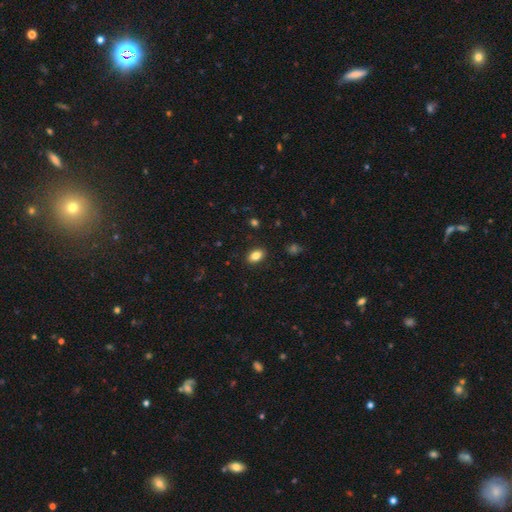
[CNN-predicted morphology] The model was most divided on "how rounded": in between: 85%, round: 14%, cigar-shaped: 2%. More confident: merging — none (89%); smooth or featured — smooth (85%).